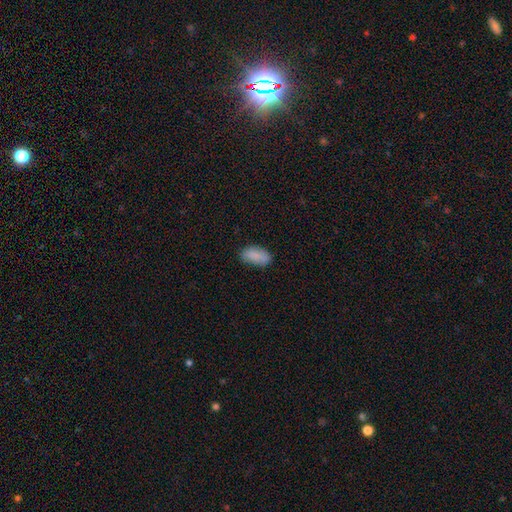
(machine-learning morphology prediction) This is clearly a smooth galaxy (85%). How rounded: clearly in between (93%). Merging: likely none (74%).